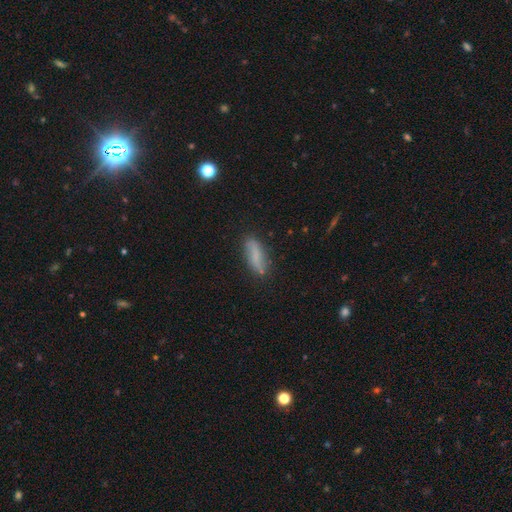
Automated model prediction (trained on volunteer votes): This is likely a smooth galaxy (69%). How rounded: possibly in between (49%). Merging: likely none (77%).